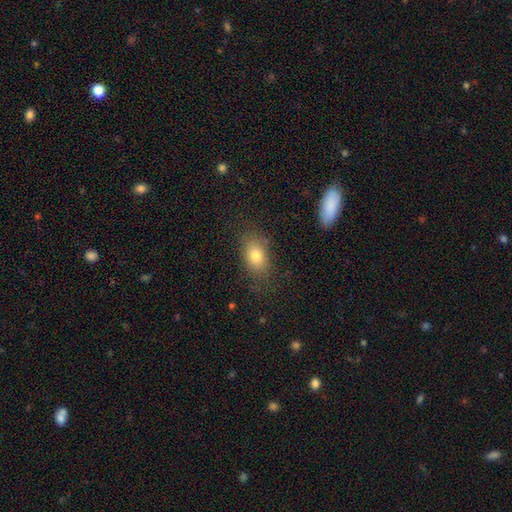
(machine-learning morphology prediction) smooth_or_featured: smooth (p=0.79) [alt: featured or disk p=0.11]
how_rounded: in between (p=0.83) [alt: round p=0.14]
merging: none (p=0.78) [alt: minor disturbance p=0.15]